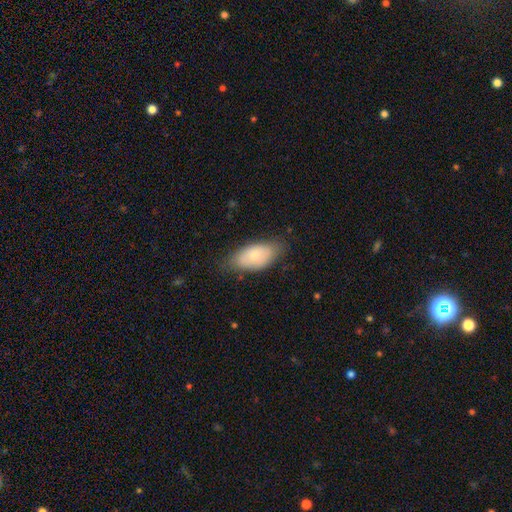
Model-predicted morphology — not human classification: A smooth galaxy with no disk features (76%) that is in between round and cigar-shaped (92%).

Vote fractions:
- Smooth or featured? smooth: 76% / featured or disk: 17% / star or artifact: 6%
- How rounded? in between: 92% / cigar-shaped: 5% / round: 3%
- Merging? none: 71% / minor disturbance: 23% / major disturbance: 5% / merger: 1%